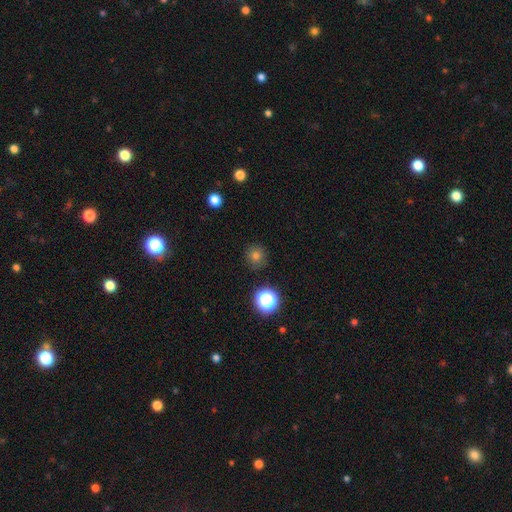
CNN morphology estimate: smooth 75%, star or artifact 18%, featured or disk 6%. Down the decision tree: how rounded — round (93%); merging — none (89%).